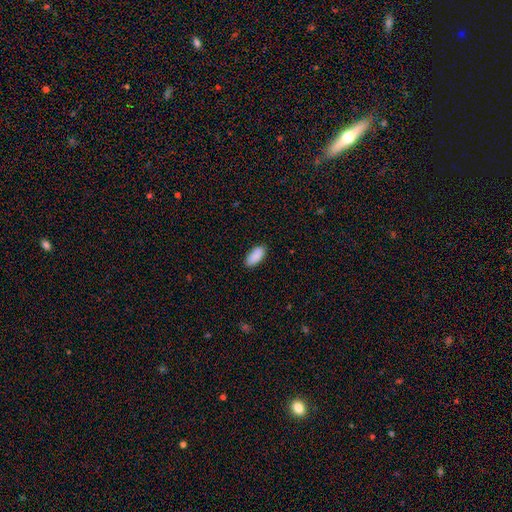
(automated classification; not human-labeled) smooth 90%, star or artifact 6%, featured or disk 4%. Down the decision tree: how rounded — in between (90%); merging — none (86%).